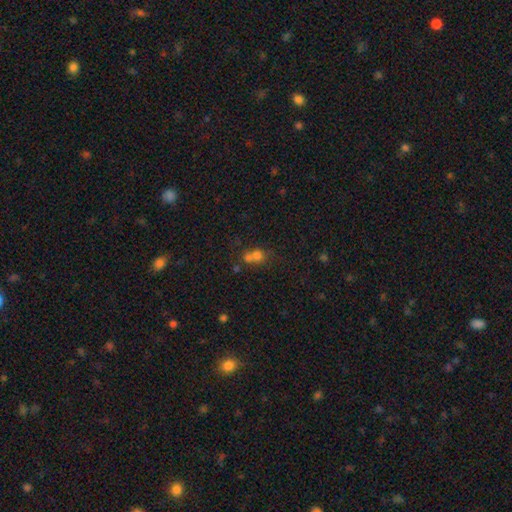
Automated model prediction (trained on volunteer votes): A smooth galaxy with no disk features (65%) that is round (78%).

Vote fractions:
- Smooth or featured? smooth: 65% / star or artifact: 20% / featured or disk: 15%
- How rounded? round: 78% / in between: 21% / cigar-shaped: 1%
- Merging? merger: 55% / none: 34% / minor disturbance: 7% / major disturbance: 4%